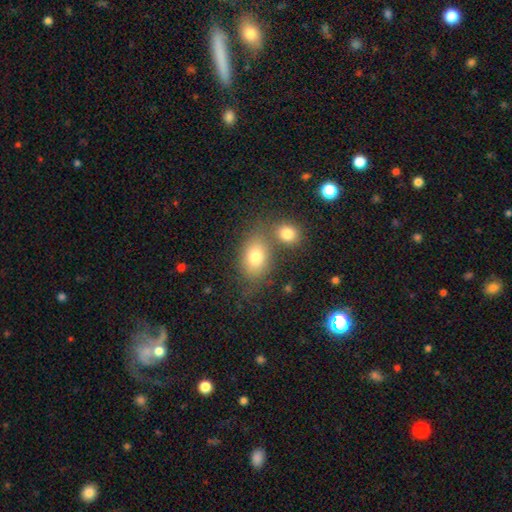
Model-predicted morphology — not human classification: This appears to be a smooth galaxy with no disk features (78%) that is in between round and cigar-shaped (73%). Merging: none (50%).